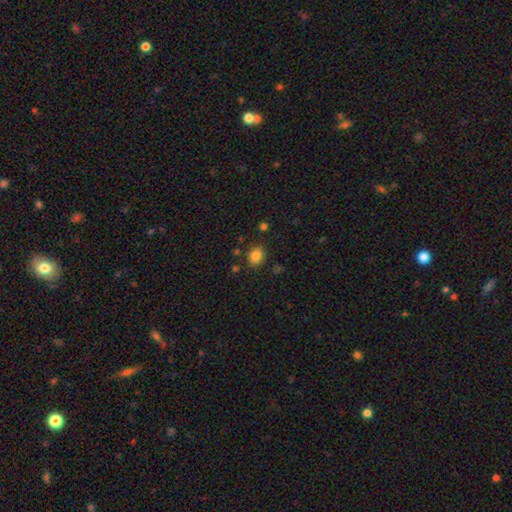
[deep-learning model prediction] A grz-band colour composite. It shows a smooth galaxy with no disk features (83%) that is round (53%). Merging: none (83%).